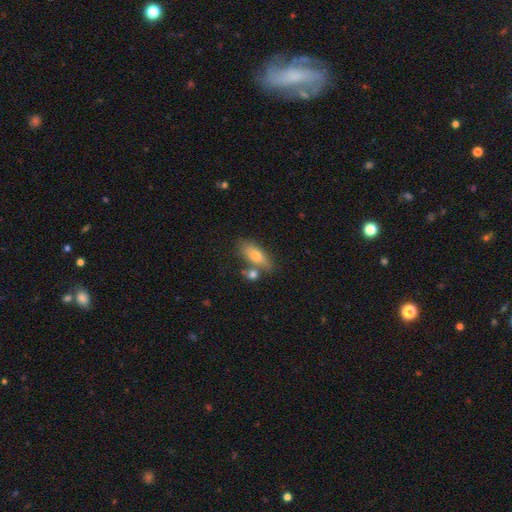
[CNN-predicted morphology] This appears to be a smooth galaxy with no disk features (72%) that is in between round and cigar-shaped (74%). Merging: none (60%).